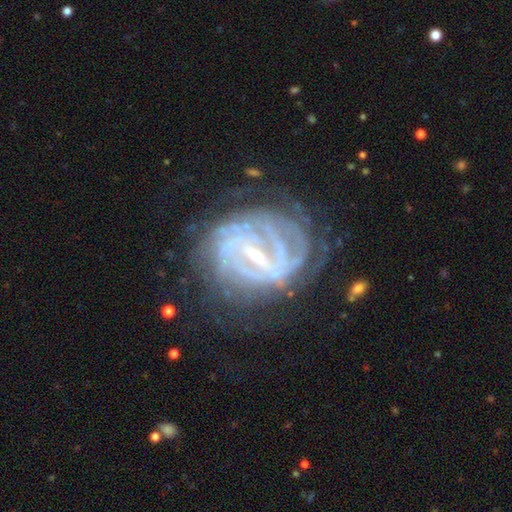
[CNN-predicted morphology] Smooth or featured? featured or disk (89%)
Edge-on disk? no (96%)
Bar? strong (68%)
Spiral arms? yes (96%)
Spiral winding? tight (74%)
Spiral arm count? can't tell (31%)
Bulge size? small (59%)
Merging? none (70%)